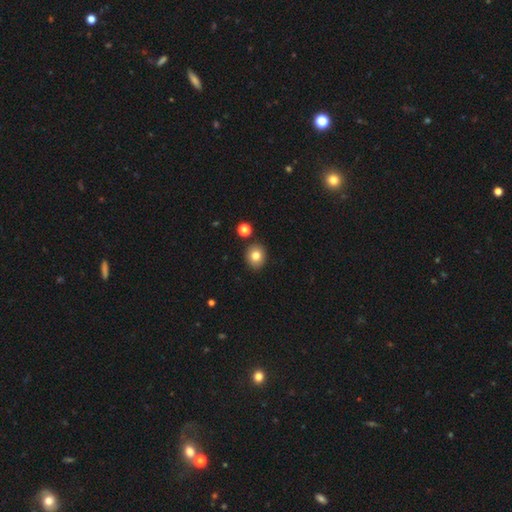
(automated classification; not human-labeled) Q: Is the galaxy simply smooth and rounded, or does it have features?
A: smooth — 80%.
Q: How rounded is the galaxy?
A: round — 69%.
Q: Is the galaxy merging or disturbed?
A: none — 86%.